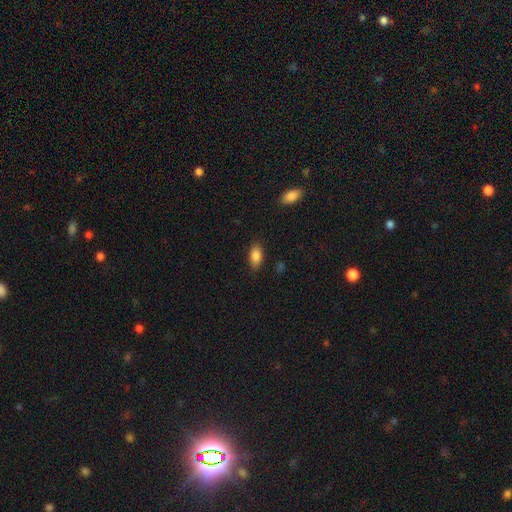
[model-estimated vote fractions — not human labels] Overall: smooth (86%). How rounded: in between (90%). Merging: none (85%).